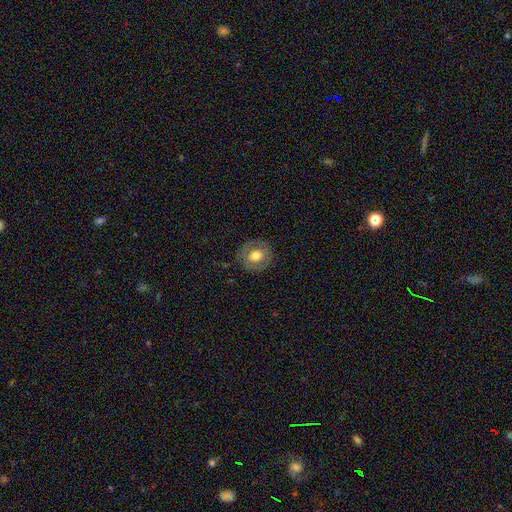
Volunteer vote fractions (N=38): A smooth galaxy with no disk features (50%) that is round (79%). Merging: none (81%).